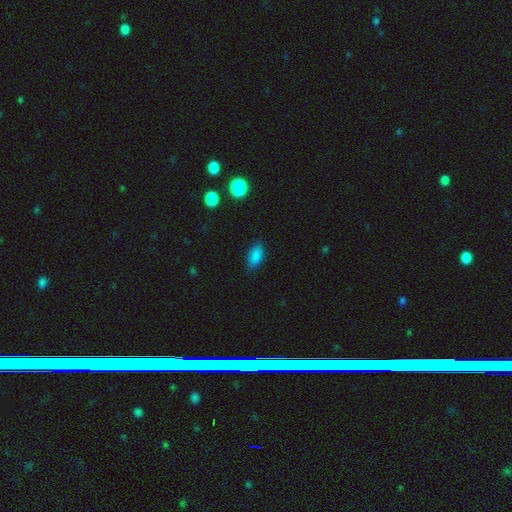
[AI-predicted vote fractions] Smooth or featured?
  - smooth: 86% *
  - star or artifact: 10%
  - featured or disk: 4%
How rounded?
  - in between: 89% *
  - cigar-shaped: 7%
  - round: 4%
Merging?
  - none: 82% *
  - minor disturbance: 14%
  - major disturbance: 3%
  - merger: 1%